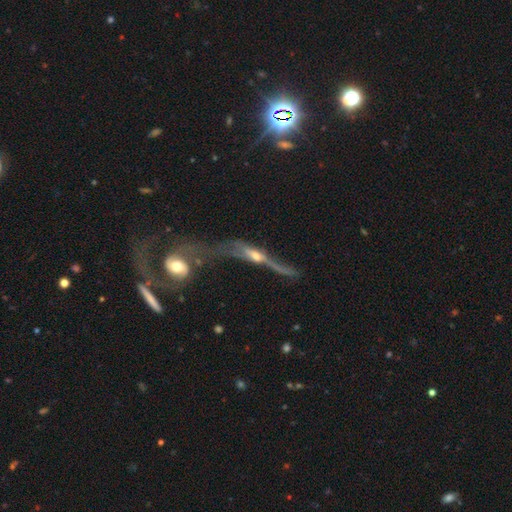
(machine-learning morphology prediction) A featured or disk galaxy (71%) viewed edge-on (64%). Merging: merger (41%).